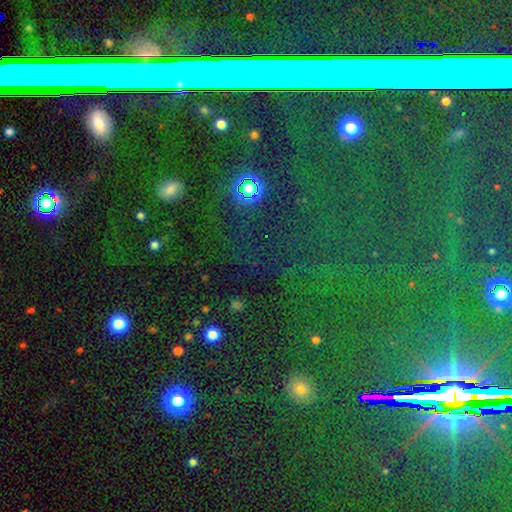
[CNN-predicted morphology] Q: Smooth or featured?
A: star or artifact (71%); runner-up: smooth (17%)